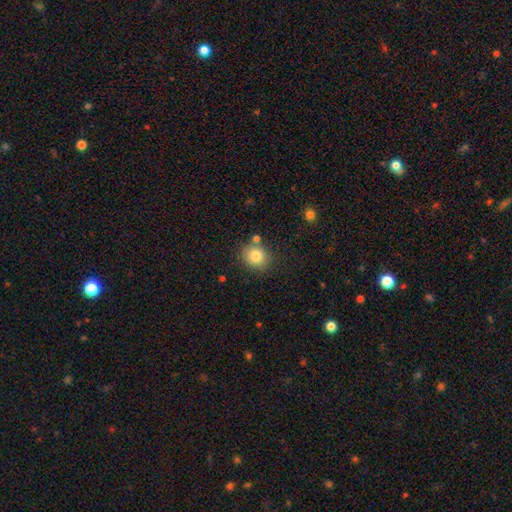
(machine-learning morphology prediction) Smooth or featured?
  - smooth: 82% *
  - star or artifact: 10%
  - featured or disk: 8%
How rounded?
  - round: 73% *
  - in between: 26%
  - cigar-shaped: 1%
Merging?
  - none: 78% *
  - minor disturbance: 11%
  - merger: 7%
  - major disturbance: 3%